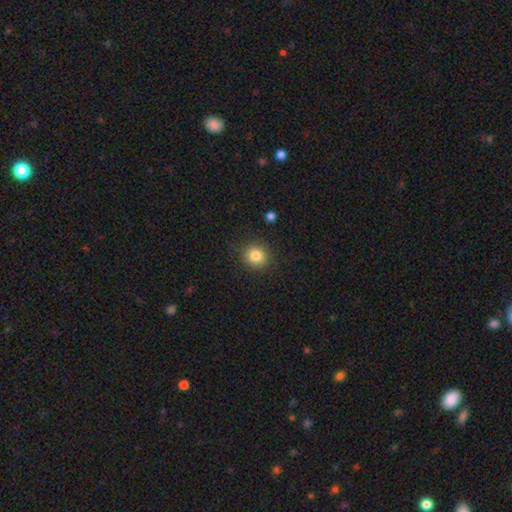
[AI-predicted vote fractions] The model was most divided on "smooth or featured": smooth: 83%, star or artifact: 11%, featured or disk: 6%. More confident: merging — none (89%); how rounded — round (86%).